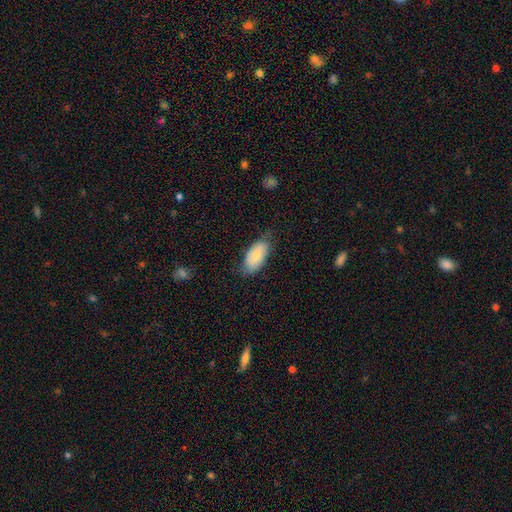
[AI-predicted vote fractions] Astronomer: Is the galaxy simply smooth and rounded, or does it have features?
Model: smooth — 78%.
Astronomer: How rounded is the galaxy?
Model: in between — 93%.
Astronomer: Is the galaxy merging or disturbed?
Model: none — 70%.